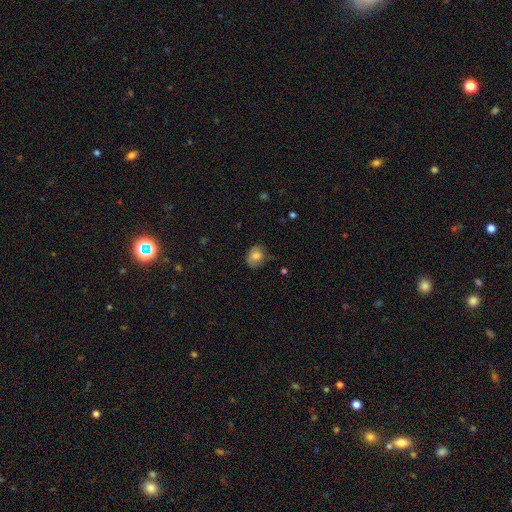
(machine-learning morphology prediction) type=smooth (78%); roundness=round (53%); merging=none (68%).